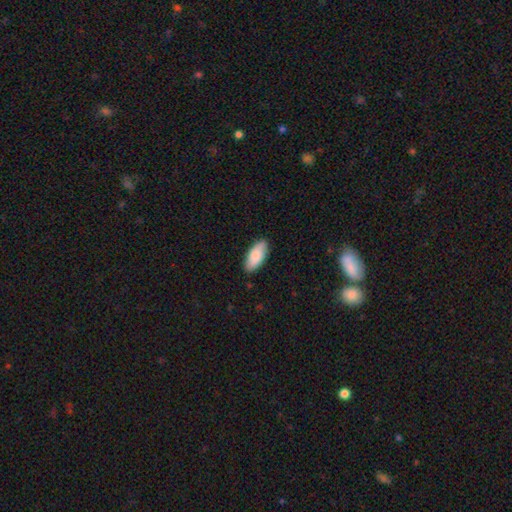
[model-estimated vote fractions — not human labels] This appears to be a smooth galaxy with no disk features (85%) that is in between round and cigar-shaped (88%). Merging: none (88%).